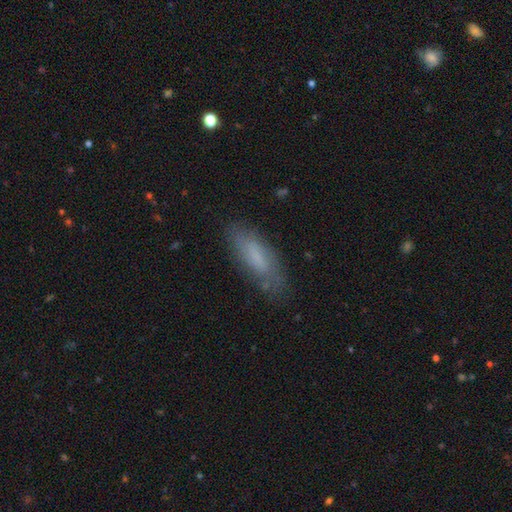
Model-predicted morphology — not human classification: This is likely a smooth galaxy (67%). How rounded: possibly in between (54%). Merging: likely none (77%).